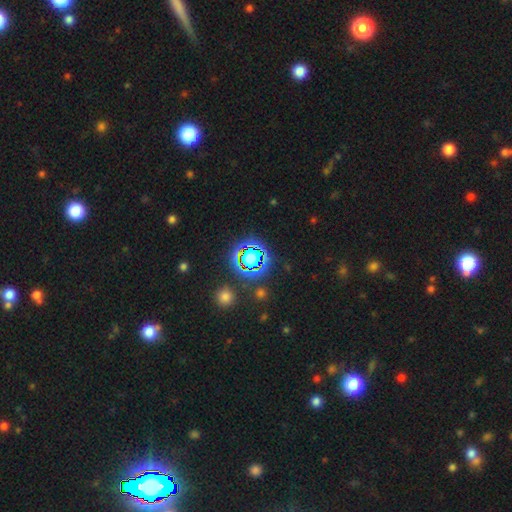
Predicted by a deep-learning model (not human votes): Overall: star or artifact (73%).